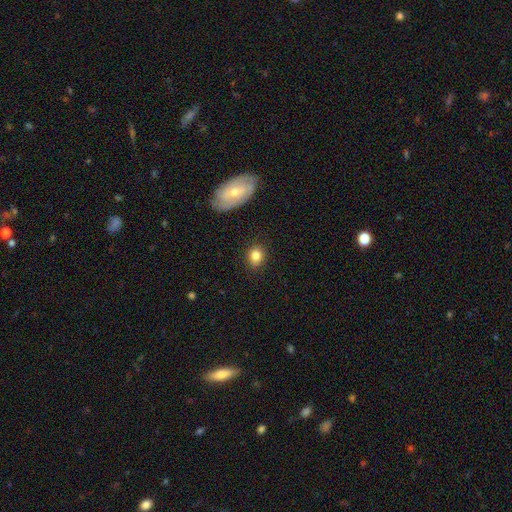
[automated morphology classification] Q: Smooth or featured?
A: smooth (82%); runner-up: star or artifact (9%)
Q: How rounded?
A: round (61%); runner-up: in between (37%)
Q: Merging?
A: none (85%); runner-up: minor disturbance (11%)